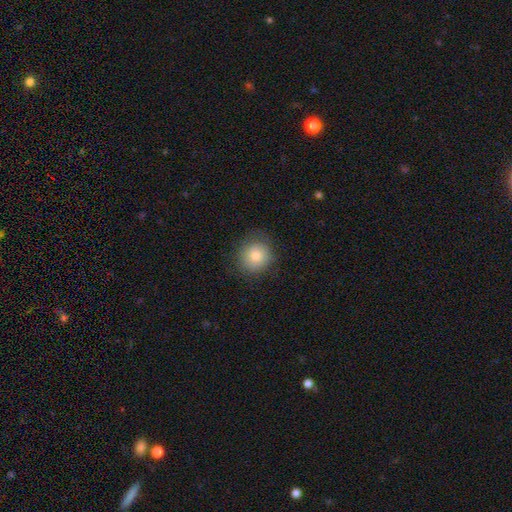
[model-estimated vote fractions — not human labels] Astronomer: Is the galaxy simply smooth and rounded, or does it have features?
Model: smooth — 81%.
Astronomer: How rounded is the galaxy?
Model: round — 88%.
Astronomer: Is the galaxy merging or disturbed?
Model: none — 83%.